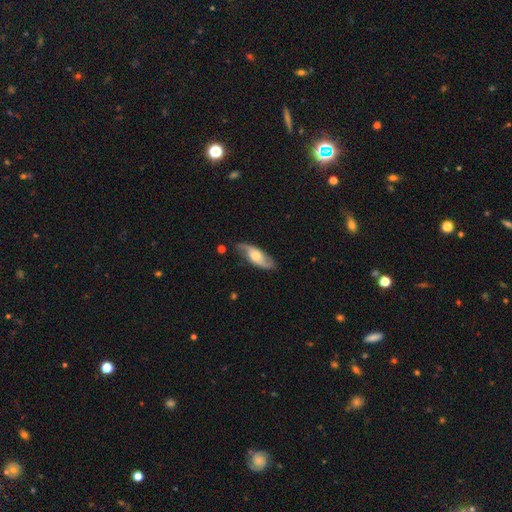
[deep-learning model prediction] Morphology: type=featured or disk (68%); edge-on=no (83%); bar=no (62%); spiral arms=yes (90%); winding=loose (54%); arm count=2 (88%); bulge=moderate (60%); merging=none (75%).